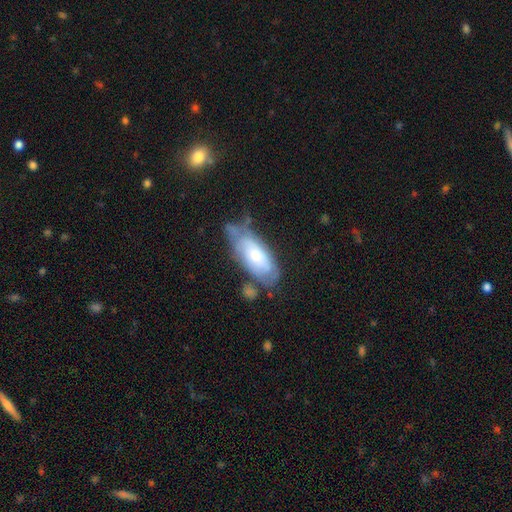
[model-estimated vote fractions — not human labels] Smooth or featured?
  - featured or disk: 47% * (tied)
  - smooth: 47% * (tied)
  - star or artifact: 6%
Merging?
  - none: 49% *
  - minor disturbance: 30%
  - major disturbance: 12%
  - merger: 9%